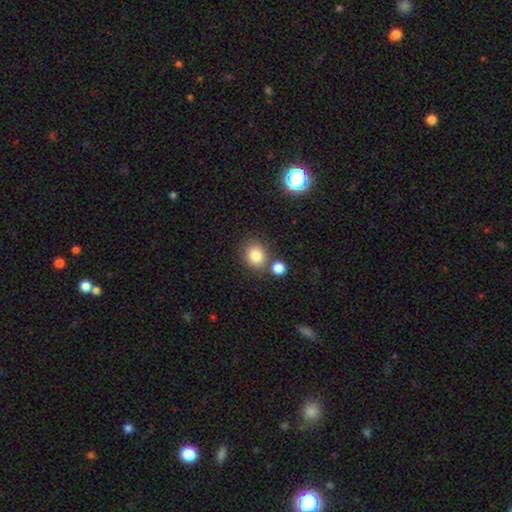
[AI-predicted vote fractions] Q: Smooth or featured?
A: smooth (83%); runner-up: star or artifact (11%)
Q: How rounded?
A: round (74%); runner-up: in between (25%)
Q: Merging?
A: none (69%); runner-up: merger (17%)